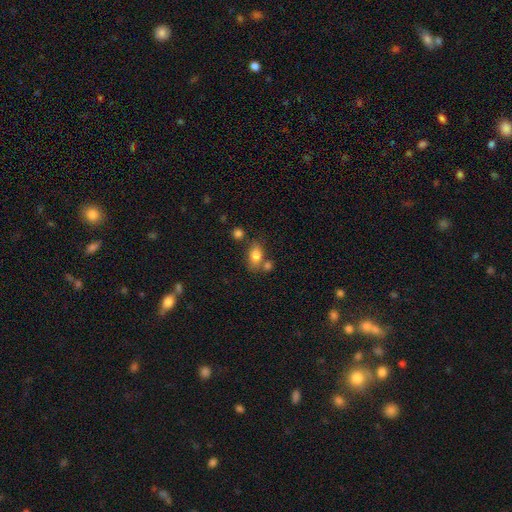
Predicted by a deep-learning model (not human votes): Morphology: type=smooth (80%); roundness=in between (80%); merging=none (59%).